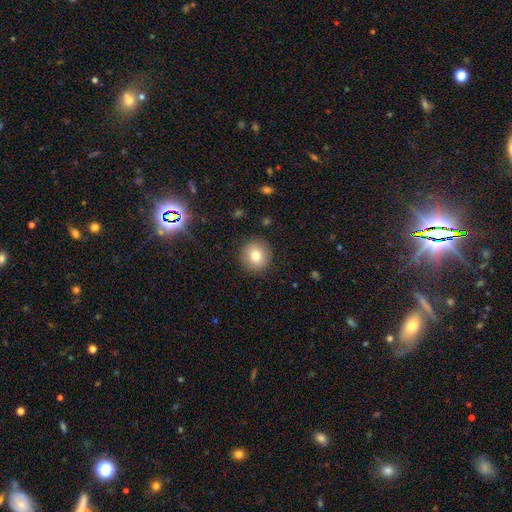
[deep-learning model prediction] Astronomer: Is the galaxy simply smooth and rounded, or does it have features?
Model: smooth — 80%.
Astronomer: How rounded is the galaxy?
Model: round — 92%.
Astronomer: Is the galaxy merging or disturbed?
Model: none — 90%.